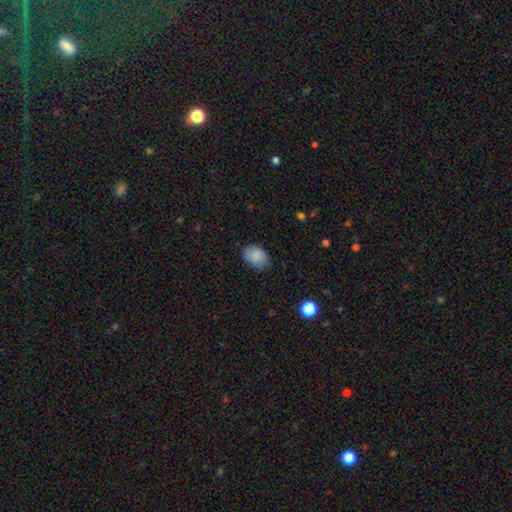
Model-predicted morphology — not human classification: Overall: smooth (87%). How rounded: in between (81%). Merging: none (80%).